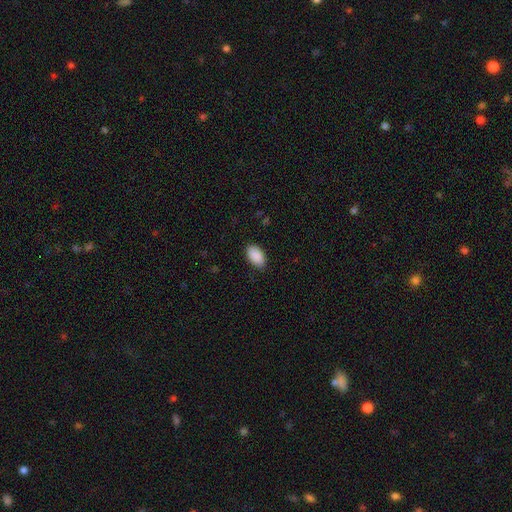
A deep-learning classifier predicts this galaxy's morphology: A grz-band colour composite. It shows a smooth galaxy with no disk features (91%) that is in between round and cigar-shaped (94%). Merging: none (85%).